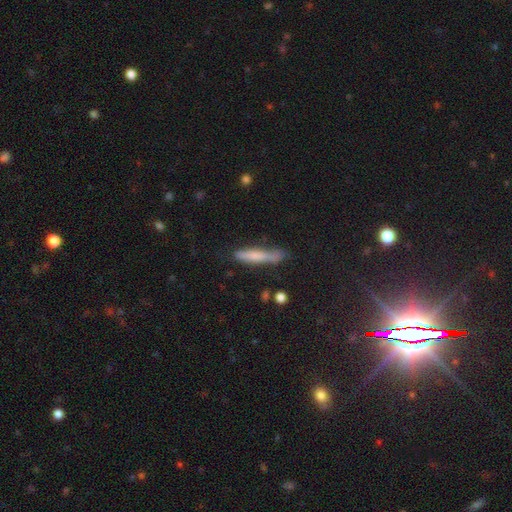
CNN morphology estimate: type=smooth (67%); roundness=cigar-shaped (90%); merging=none (66%).